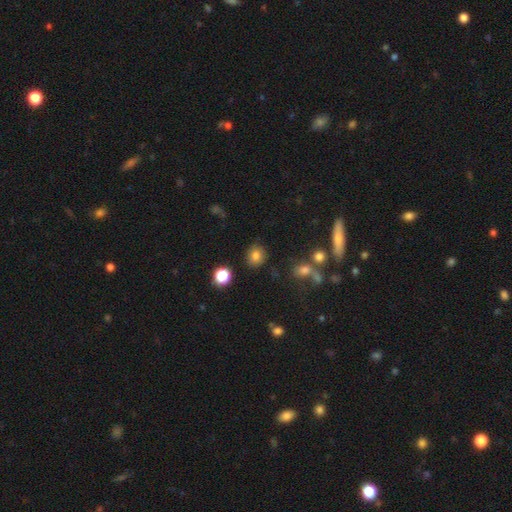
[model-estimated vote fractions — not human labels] Smooth or featured? Predicted: smooth (p=0.79). How rounded? Predicted: round (p=0.75). Merging? Predicted: none (p=0.85).